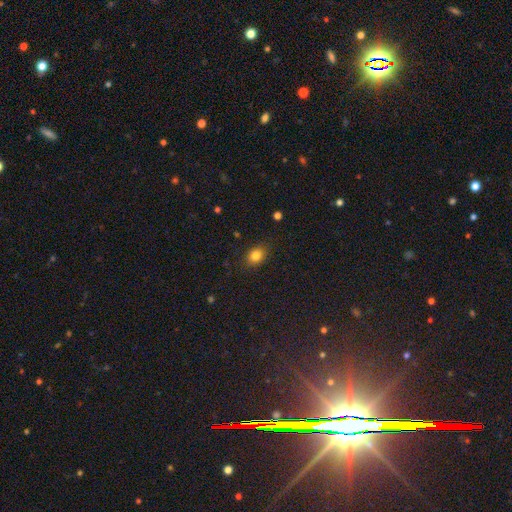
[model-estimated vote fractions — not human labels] This appears to be a smooth galaxy with no disk features (83%) that is in between round and cigar-shaped (51%). Merging: none (86%).